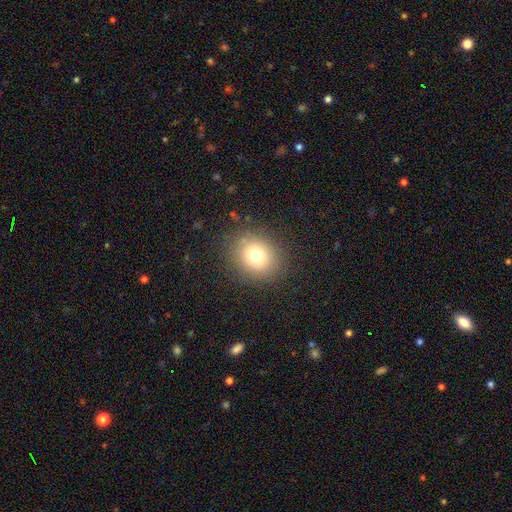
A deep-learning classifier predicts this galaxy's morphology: smooth-or-featured: smooth: 76% | star or artifact: 14% | featured or disk: 10%
  how-rounded: round: 76% | in between: 23% | cigar-shaped: 1%
  merging: none: 86% | minor disturbance: 9% | major disturbance: 4% | merger: 1%